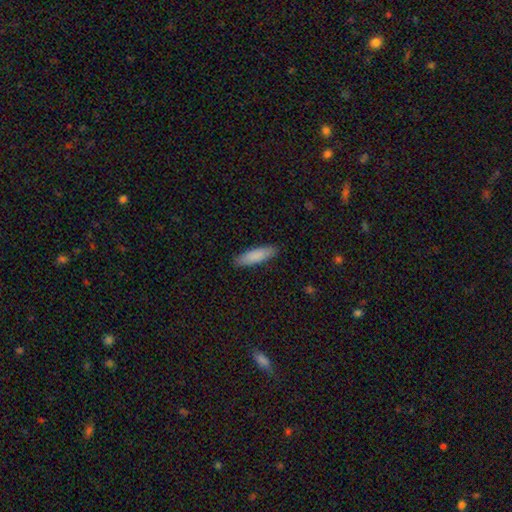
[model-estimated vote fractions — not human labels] Smooth or featured?
  - smooth: 86% *
  - featured or disk: 9%
  - star or artifact: 5%
How rounded?
  - cigar-shaped: 65% *
  - in between: 33%
  - round: 1%
Merging?
  - none: 88% *
  - minor disturbance: 9%
  - major disturbance: 2%
  - merger: 1%